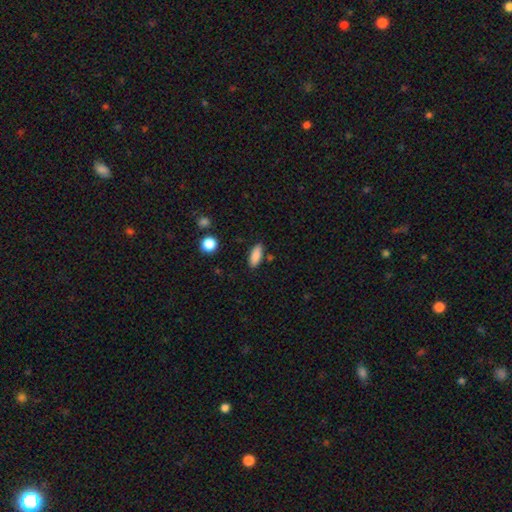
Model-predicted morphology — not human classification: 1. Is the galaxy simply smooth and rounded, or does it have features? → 87% smooth, 7% star or artifact, 5% featured or disk.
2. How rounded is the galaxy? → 75% in between, 23% cigar-shaped, 2% round.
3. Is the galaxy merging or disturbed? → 84% none, 11% minor disturbance, 3% merger, 2% major disturbance.